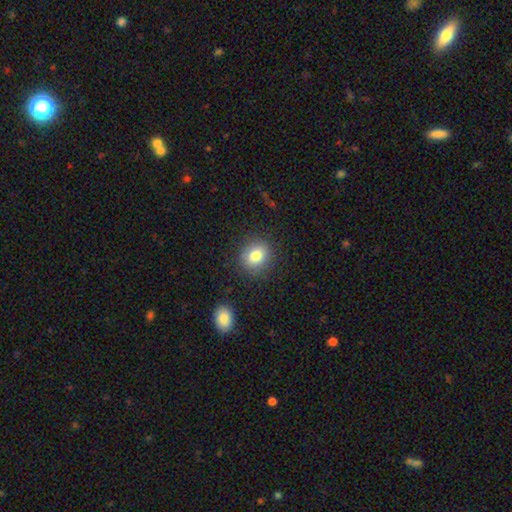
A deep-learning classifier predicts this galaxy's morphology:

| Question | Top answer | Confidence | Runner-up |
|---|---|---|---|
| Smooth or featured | smooth | 80% | star or artifact (10%) |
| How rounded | round | 70% | in between (29%) |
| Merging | none | 87% | minor disturbance (9%) |